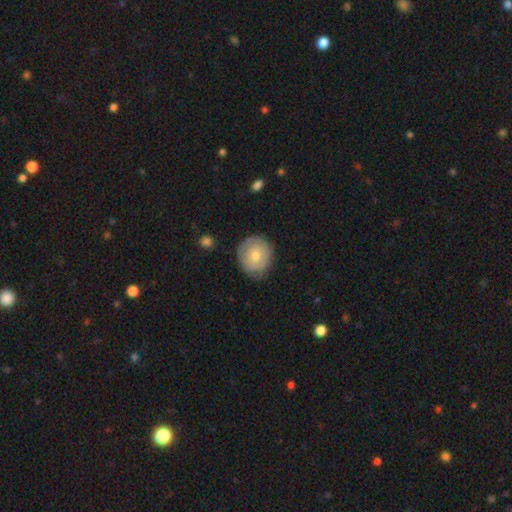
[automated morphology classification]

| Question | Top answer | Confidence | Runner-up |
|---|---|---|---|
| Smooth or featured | smooth | 67% | featured or disk (27%) |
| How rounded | round | 84% | in between (15%) |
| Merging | none | 80% | minor disturbance (15%) |